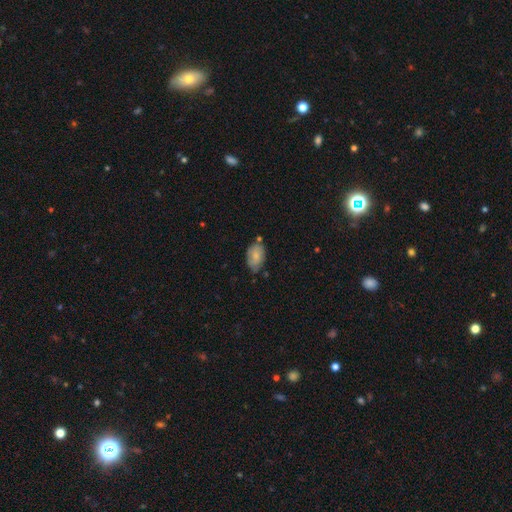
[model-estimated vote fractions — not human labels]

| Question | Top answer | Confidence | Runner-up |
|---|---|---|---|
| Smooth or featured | smooth | 72% | featured or disk (21%) |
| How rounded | in between | 90% | round (9%) |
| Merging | none | 63% | minor disturbance (26%) |